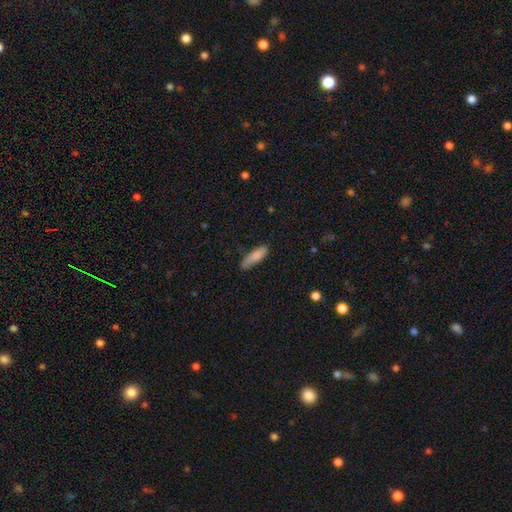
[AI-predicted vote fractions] smooth-or-featured: smooth: 83% | featured or disk: 11% | star or artifact: 6%
  how-rounded: cigar-shaped: 68% | in between: 30% | round: 2%
  merging: none: 71% | minor disturbance: 23% | major disturbance: 4% | merger: 2%